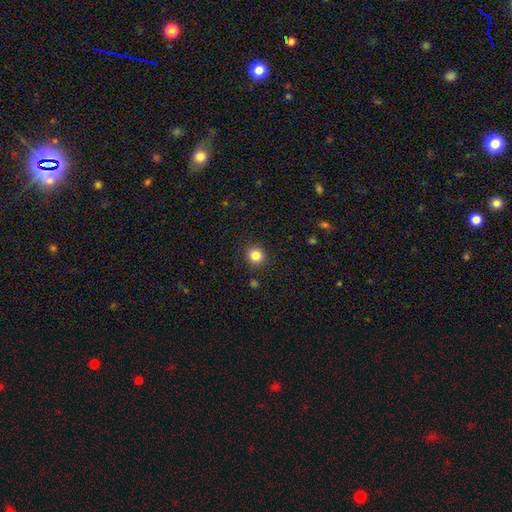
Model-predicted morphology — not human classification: Smooth or featured: smooth — 83% (star or artifact — 11%)
How rounded: round — 92% (in between — 7%)
Merging: none — 91% (minor disturbance — 5%)